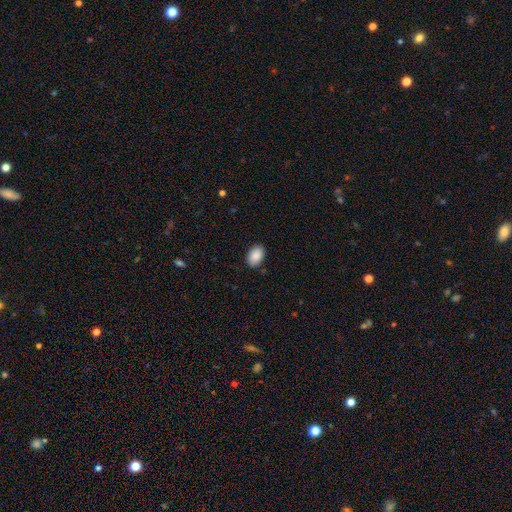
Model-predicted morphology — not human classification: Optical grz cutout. It shows a smooth galaxy with no disk features (89%) that is in between round and cigar-shaped (87%). Merging: none (86%).